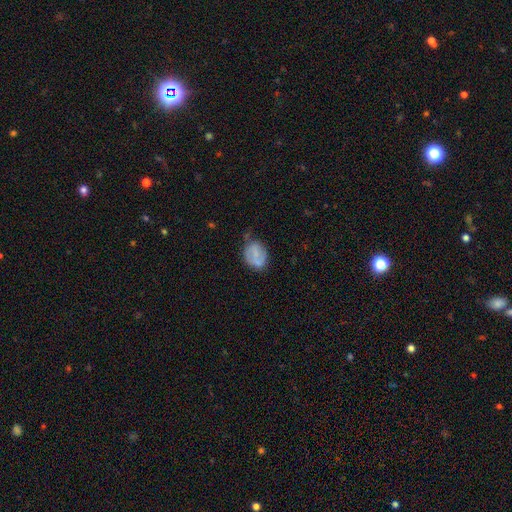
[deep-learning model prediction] Smooth or featured?
  - smooth: 58% *
  - featured or disk: 33%
  - star or artifact: 9%
How rounded?
  - in between: 58% *
  - round: 40%
  - cigar-shaped: 1%
Merging?
  - none: 53% *
  - minor disturbance: 30%
  - major disturbance: 10%
  - merger: 6%